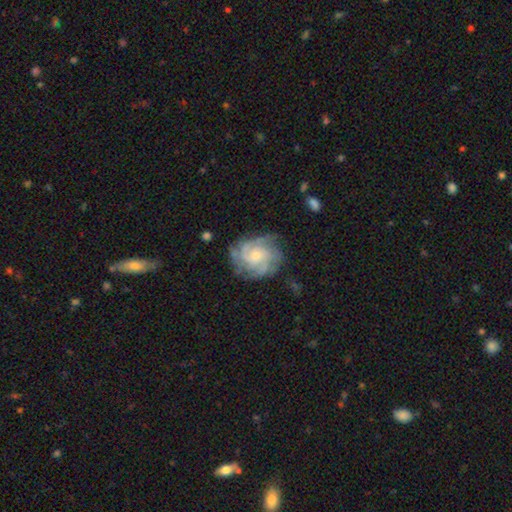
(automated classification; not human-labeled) smooth_or_featured: featured or disk (p=0.82) [alt: smooth p=0.11]
disk_edge_on: no (p=0.98) [alt: yes p=0.02]
bar: no (p=0.73) [alt: weak p=0.24]
has_spiral_arms: yes (p=0.96) [alt: no p=0.04]
spiral_winding: tight (p=0.59) [alt: medium p=0.33]
spiral_arm_count: 4 (p=0.27) [alt: can't tell p=0.26]
bulge_size: small (p=0.60) [alt: moderate p=0.33]
merging: none (p=0.74) [alt: minor disturbance p=0.18]